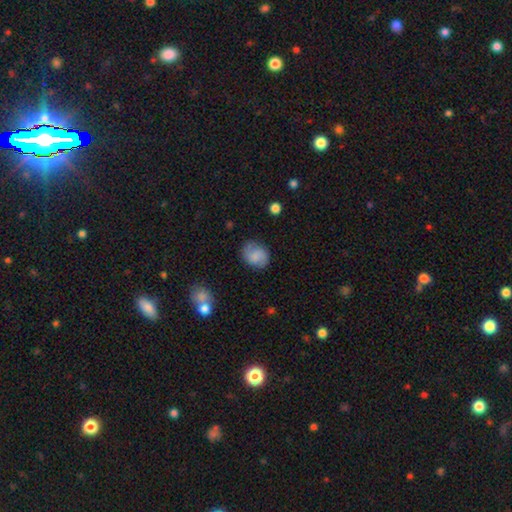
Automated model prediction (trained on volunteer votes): Morphology: type=smooth (64%); roundness=in between (51%); merging=none (74%).